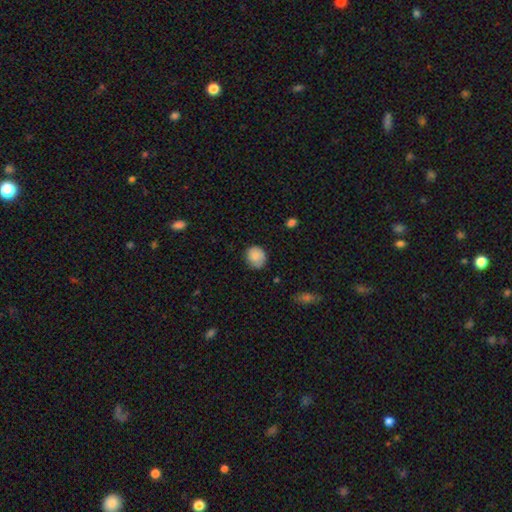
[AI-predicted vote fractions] This appears to be a smooth galaxy with no disk features (85%) that is round (80%). Merging: none (76%).